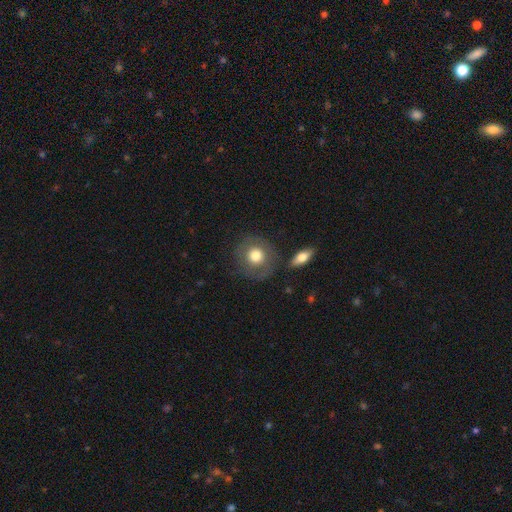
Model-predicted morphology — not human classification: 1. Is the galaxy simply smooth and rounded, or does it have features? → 70% smooth, 23% featured or disk, 8% star or artifact.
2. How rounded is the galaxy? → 89% round, 10% in between, 1% cigar-shaped.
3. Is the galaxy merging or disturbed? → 77% none, 12% minor disturbance, 6% major disturbance, 5% merger.